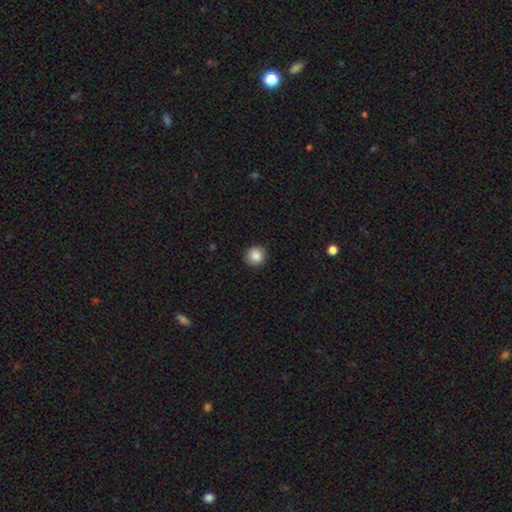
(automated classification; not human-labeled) smooth 87%, star or artifact 9%, featured or disk 5%. Down the decision tree: how rounded — round (93%); merging — none (89%).